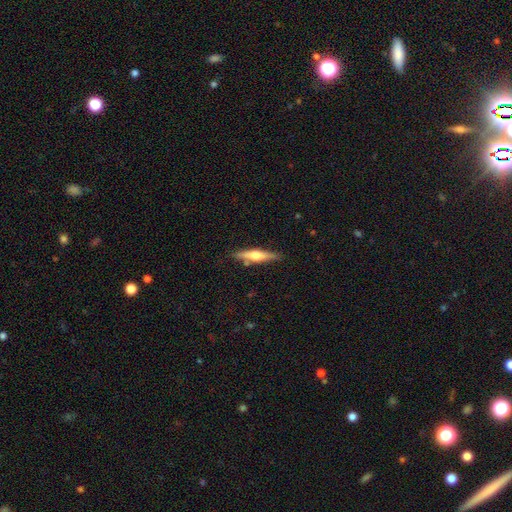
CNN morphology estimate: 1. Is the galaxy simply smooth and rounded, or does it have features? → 61% featured or disk, 33% smooth, 5% star or artifact.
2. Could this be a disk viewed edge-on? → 96% yes, 4% no.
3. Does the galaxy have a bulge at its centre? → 91% rounded, 6% boxy, 4% none.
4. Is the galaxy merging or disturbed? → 84% none, 11% minor disturbance, 3% merger, 2% major disturbance.